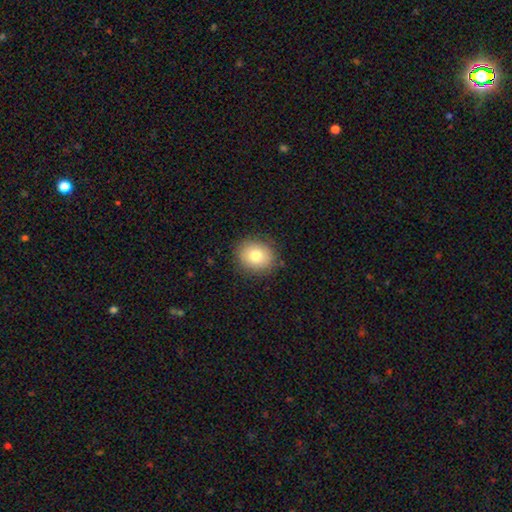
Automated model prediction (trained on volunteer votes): A smooth galaxy with no disk features (79%) that is round (72%). Merging: none (87%).